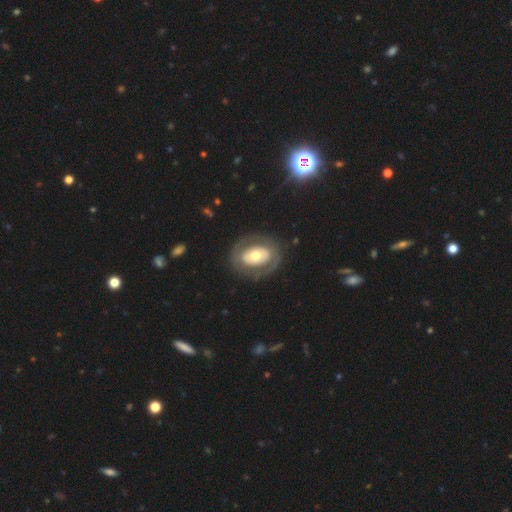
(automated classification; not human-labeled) Smooth or featured? Predicted: featured or disk (p=0.58). Edge-on disk? Predicted: no (p=0.94). Bar? Predicted: no (p=0.74). Spiral arms? Predicted: no (p=0.76). Bulge size? Predicted: moderate (p=0.66). Merging? Predicted: none (p=0.80).